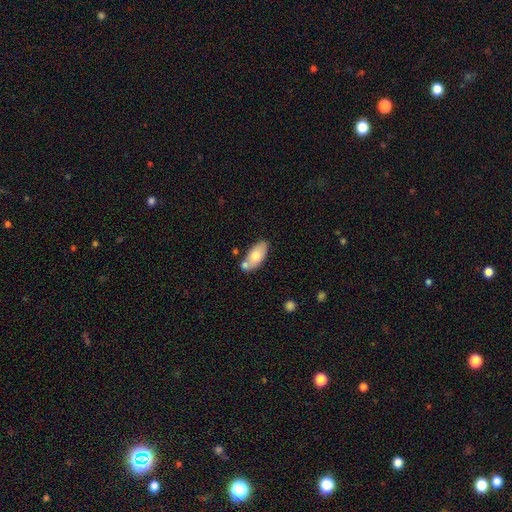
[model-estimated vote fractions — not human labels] smooth 71%, featured or disk 22%, star or artifact 6%. Down the decision tree: how rounded — in between (91%); merging — none (58%).